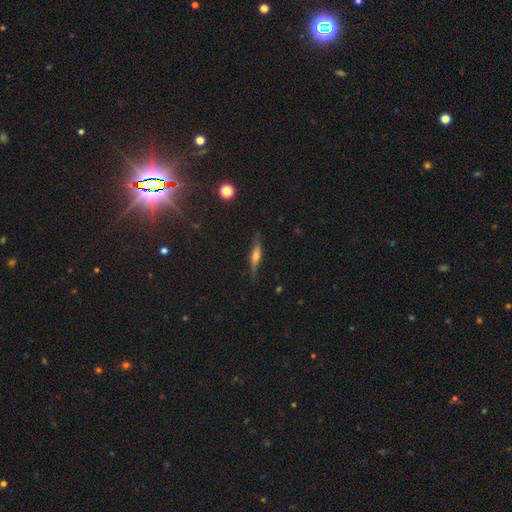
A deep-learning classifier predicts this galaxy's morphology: Smooth or featured?
  - featured or disk: 56% *
  - smooth: 35%
  - star or artifact: 9%
Edge-on disk?
  - yes: 91% *
  - no: 9%
Edge-on bulge?
  - rounded: 76% *
  - boxy: 13%
  - none: 11%
Merging?
  - none: 81% *
  - minor disturbance: 14%
  - major disturbance: 3%
  - merger: 1%